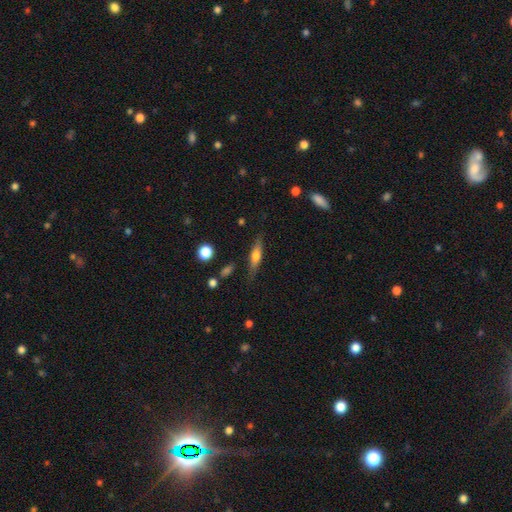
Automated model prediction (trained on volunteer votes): featured or disk 47%, smooth 46%, star or artifact 7%. Down the decision tree: merging — none (79%).